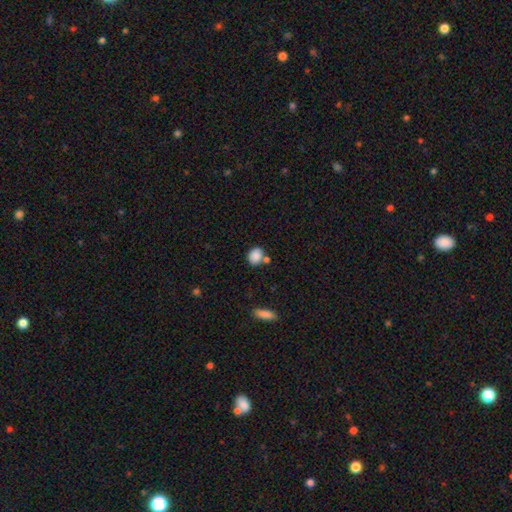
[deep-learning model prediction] smooth-or-featured: smooth: 86% | star or artifact: 9% | featured or disk: 5%
  how-rounded: in between: 52% | round: 46% | cigar-shaped: 1%
  merging: none: 61% | merger: 21% | minor disturbance: 14% | major disturbance: 4%